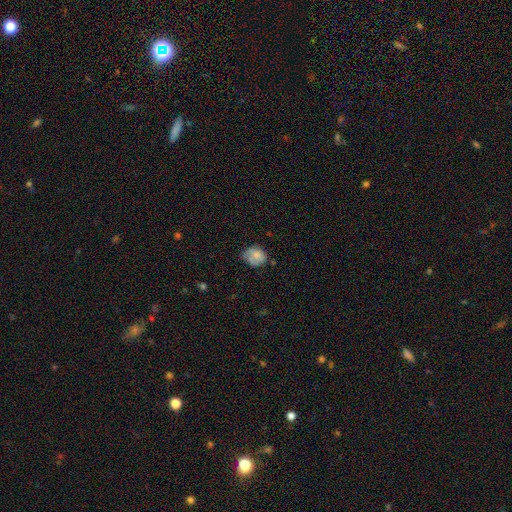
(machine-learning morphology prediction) This appears to be a smooth galaxy with no disk features (71%) that is round (54%). Merging: none (43%).